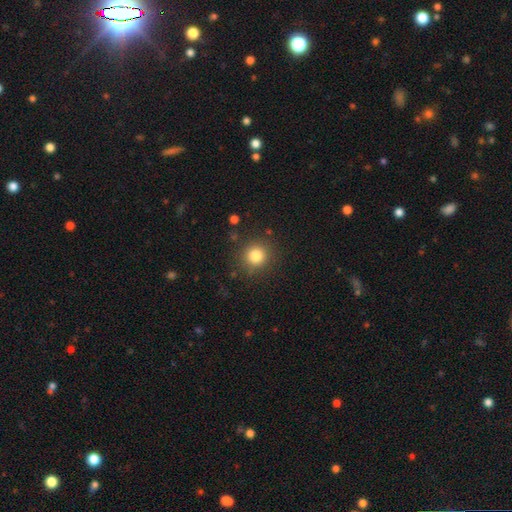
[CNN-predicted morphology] Smooth or featured? Predicted: smooth (p=0.82). How rounded? Predicted: round (p=0.92). Merging? Predicted: none (p=0.87).